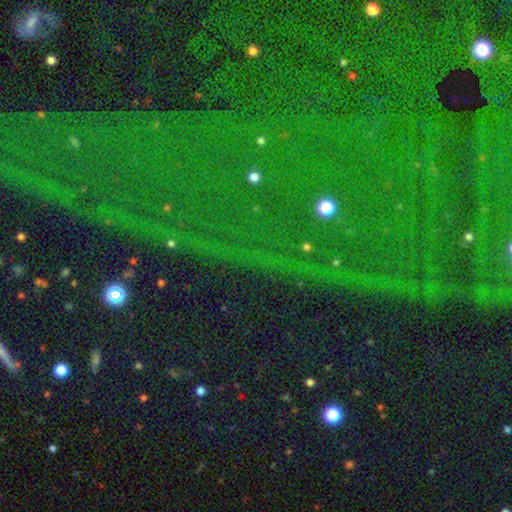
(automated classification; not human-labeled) Smooth or featured: star or artifact — 83% (smooth — 9%)